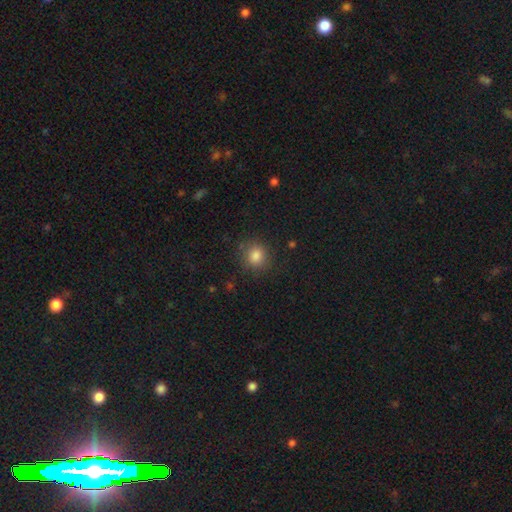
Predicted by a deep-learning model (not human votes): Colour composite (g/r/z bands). It shows a smooth galaxy with no disk features (84%) that is round (85%). Merging: none (85%).